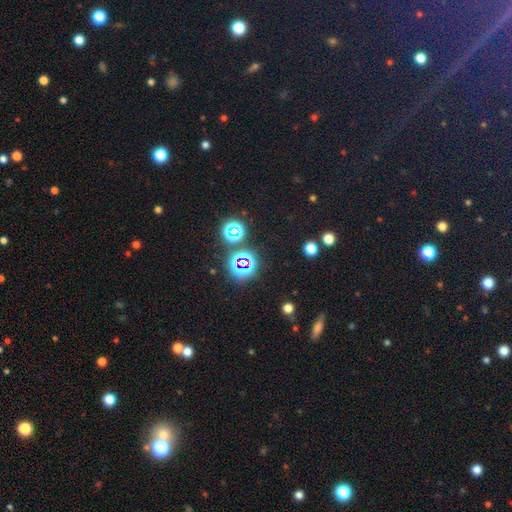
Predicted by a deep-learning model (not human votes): Overall: star or artifact (71%).